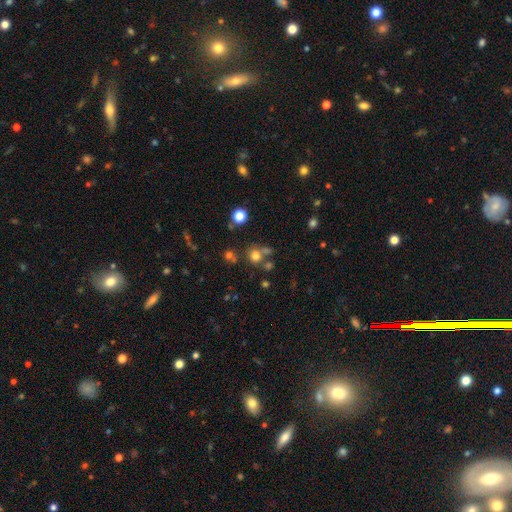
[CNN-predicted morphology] type=smooth (70%); roundness=round (87%); merging=none (61%).